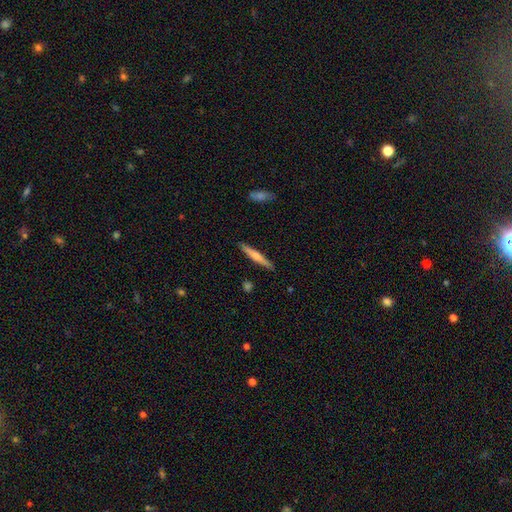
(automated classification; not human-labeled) Overall: smooth (52%; featured or disk 42%). How rounded: cigar-shaped (94%). Merging: none (89%).